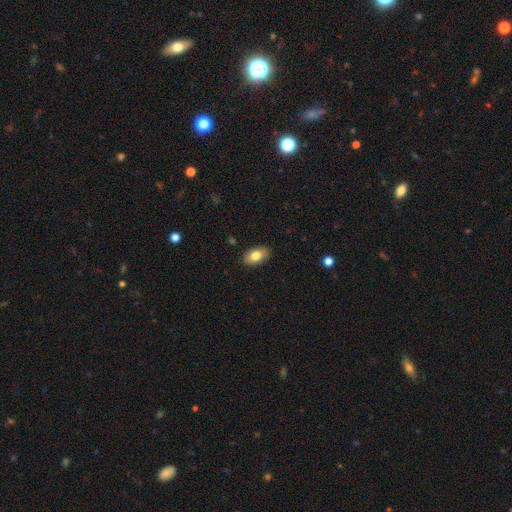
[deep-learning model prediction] This appears to be a smooth galaxy with no disk features (81%) that is in between round and cigar-shaped (92%). Merging: none (88%).